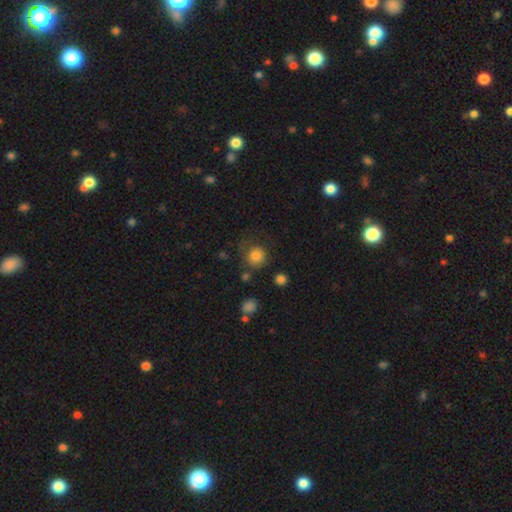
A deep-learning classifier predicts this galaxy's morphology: smooth_or_featured: smooth (p=0.82) [alt: star or artifact p=0.11]
how_rounded: round (p=0.90) [alt: in between p=0.09]
merging: none (p=0.65) [alt: minor disturbance p=0.19]